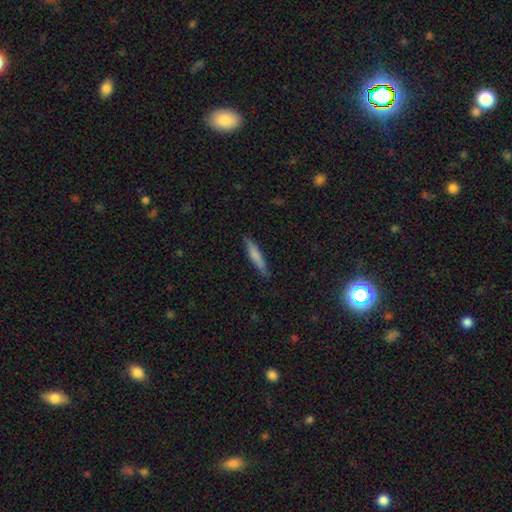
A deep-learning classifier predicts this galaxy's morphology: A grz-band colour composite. It shows a smooth galaxy with no disk features (70%) that is cigar-shaped (91%). Merging: none (85%).